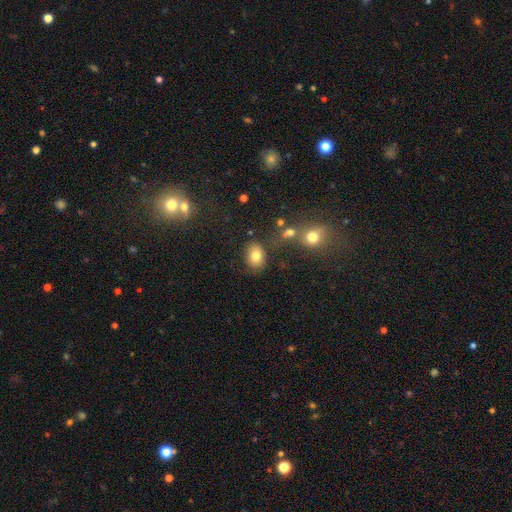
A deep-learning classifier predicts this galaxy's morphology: Q: Smooth or featured?
A: smooth (80%); runner-up: star or artifact (11%)
Q: How rounded?
A: in between (65%); runner-up: round (34%)
Q: Merging?
A: none (76%); runner-up: minor disturbance (14%)